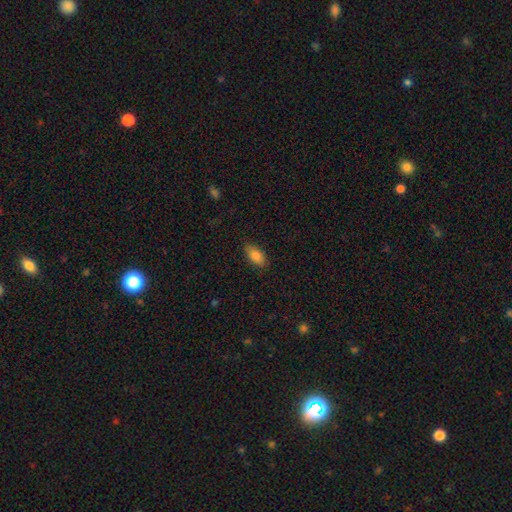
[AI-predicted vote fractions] A smooth galaxy with no disk features (84%) that is in between round and cigar-shaped (91%).

Vote fractions:
- Smooth or featured? smooth: 84% / featured or disk: 8% / star or artifact: 8%
- How rounded? in between: 91% / cigar-shaped: 5% / round: 4%
- Merging? none: 83% / minor disturbance: 13% / major disturbance: 3% / merger: 1%